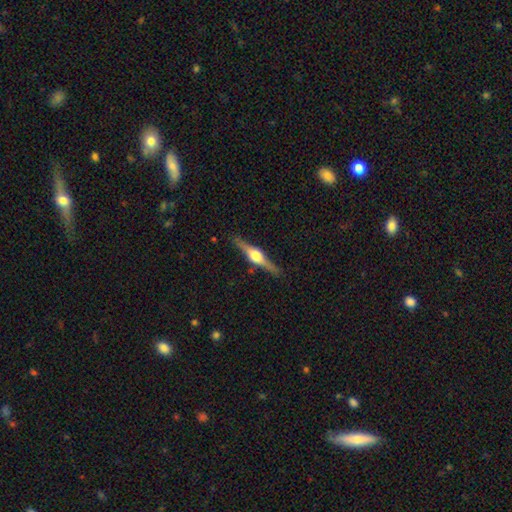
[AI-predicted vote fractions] featured or disk 82%, smooth 13%, star or artifact 5%. Down the decision tree: edge-on disk — yes (98%); edge-on bulge — rounded (95%); merging — none (89%).